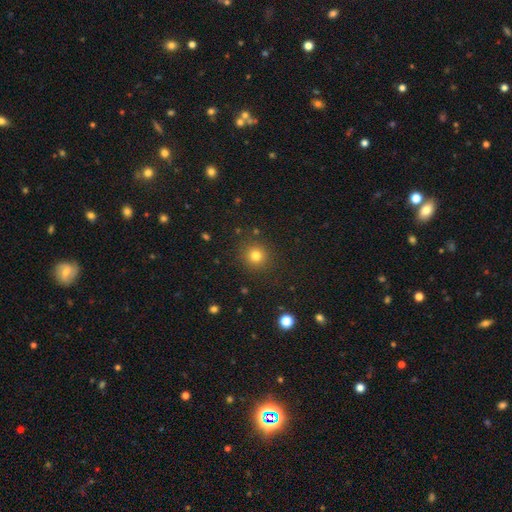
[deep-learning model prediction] This appears to be a smooth galaxy with no disk features (79%) that is round (93%). Merging: none (89%).